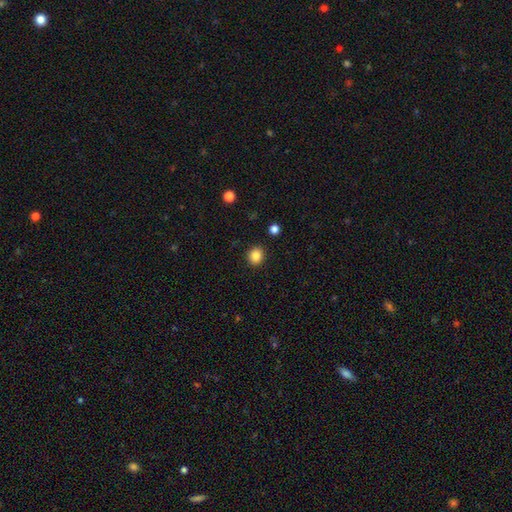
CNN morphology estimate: Smooth or featured?
  - smooth: 85% *
  - star or artifact: 10%
  - featured or disk: 4%
How rounded?
  - round: 76% *
  - in between: 23%
  - cigar-shaped: 1%
Merging?
  - none: 91% *
  - minor disturbance: 6%
  - major disturbance: 2%
  - merger: 1%